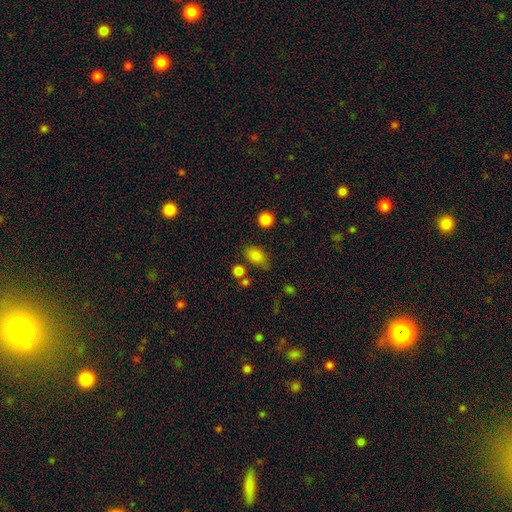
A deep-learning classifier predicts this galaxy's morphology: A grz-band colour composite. It shows a smooth galaxy with no disk features (83%) that is in between round and cigar-shaped (82%). Merging: none (68%).